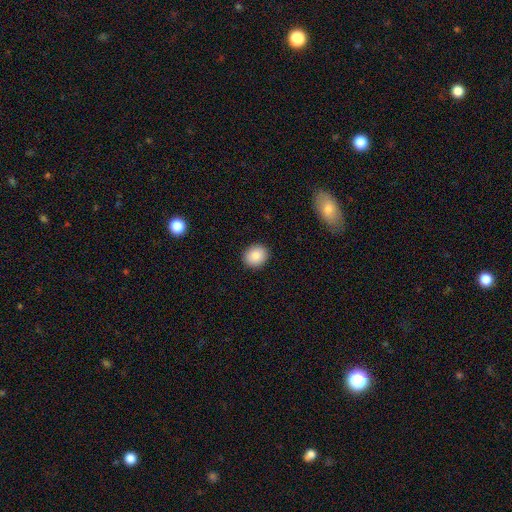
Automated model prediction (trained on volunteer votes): Q: Smooth or featured?
A: smooth (87%); runner-up: star or artifact (8%)
Q: How rounded?
A: round (71%); runner-up: in between (28%)
Q: Merging?
A: none (91%); runner-up: minor disturbance (6%)